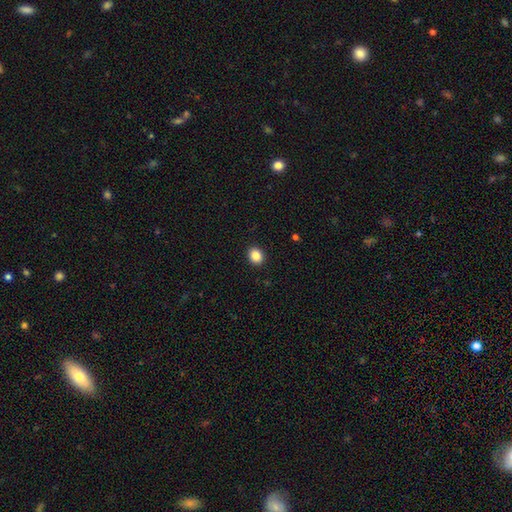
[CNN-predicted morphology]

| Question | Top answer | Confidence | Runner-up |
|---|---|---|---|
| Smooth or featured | smooth | 86% | star or artifact (10%) |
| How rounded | round | 59% | in between (40%) |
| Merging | none | 92% | minor disturbance (5%) |